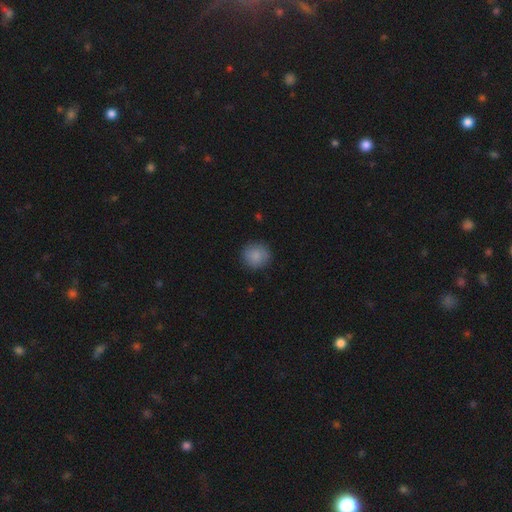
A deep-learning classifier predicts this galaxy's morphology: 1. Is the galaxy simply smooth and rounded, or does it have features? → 87% smooth, 8% star or artifact, 5% featured or disk.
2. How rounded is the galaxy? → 93% round, 7% in between, 1% cigar-shaped.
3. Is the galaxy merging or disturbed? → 89% none, 8% minor disturbance, 2% major disturbance, 1% merger.